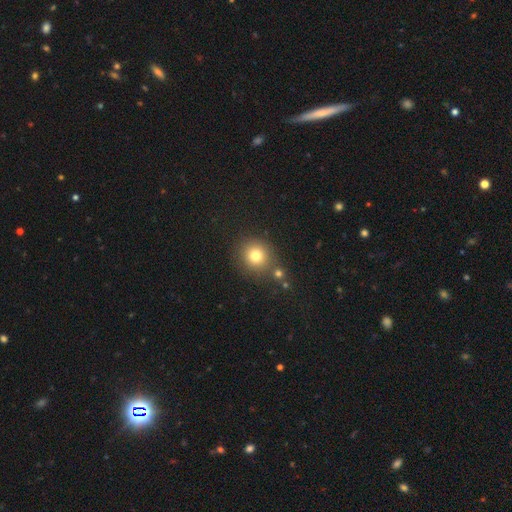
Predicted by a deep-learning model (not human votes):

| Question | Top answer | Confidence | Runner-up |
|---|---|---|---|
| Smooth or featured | smooth | 78% | star or artifact (14%) |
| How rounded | round | 88% | in between (11%) |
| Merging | none | 75% | merger (12%) |